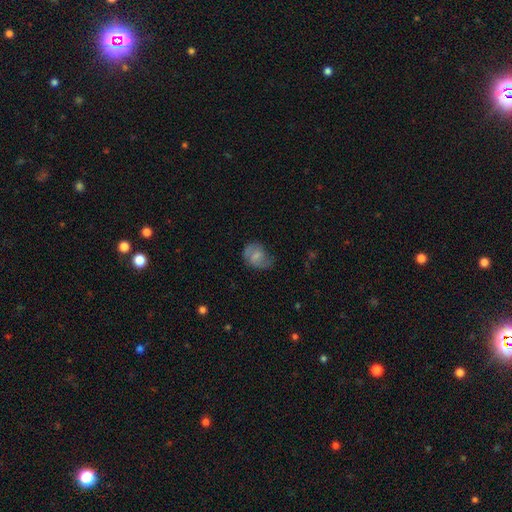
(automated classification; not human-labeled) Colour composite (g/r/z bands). It shows a smooth galaxy with no disk features (55%) that is in between round and cigar-shaped (57%). Merging: none (46%).